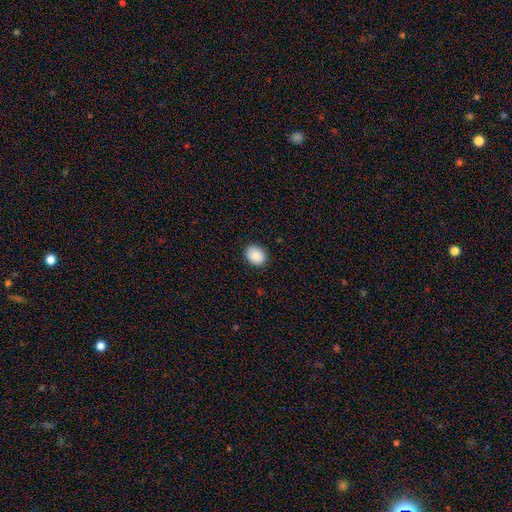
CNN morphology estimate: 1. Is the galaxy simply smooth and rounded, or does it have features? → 89% smooth, 8% star or artifact, 4% featured or disk.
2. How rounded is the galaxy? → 59% in between, 40% round, 1% cigar-shaped.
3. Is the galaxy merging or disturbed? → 89% none, 8% minor disturbance, 2% major disturbance, 1% merger.